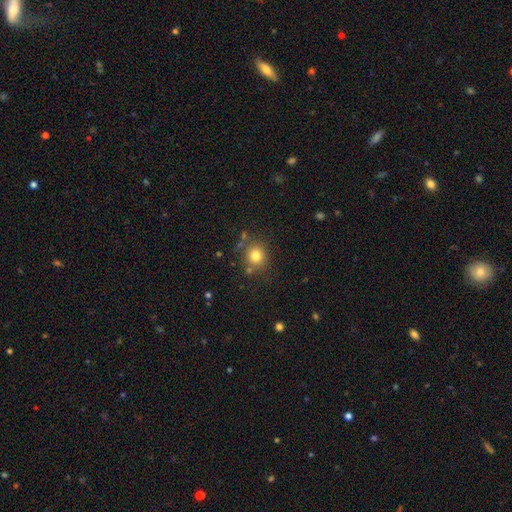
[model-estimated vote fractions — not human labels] smooth-or-featured: smooth: 79% | star or artifact: 13% | featured or disk: 8%
  how-rounded: round: 89% | in between: 11% | cigar-shaped: 1%
  merging: none: 79% | minor disturbance: 11% | merger: 7% | major disturbance: 4%